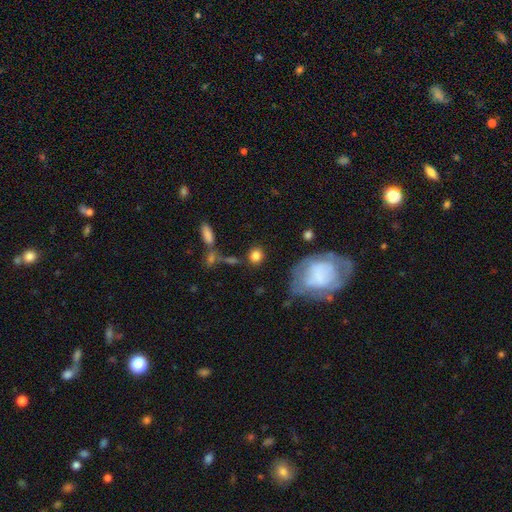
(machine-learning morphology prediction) A smooth galaxy with no disk features (82%) that is round (79%).

Vote fractions:
- Smooth or featured? smooth: 82% / star or artifact: 9% / featured or disk: 9%
- How rounded? round: 79% / in between: 19% / cigar-shaped: 2%
- Merging? none: 75% / minor disturbance: 11% / merger: 8% / major disturbance: 6%